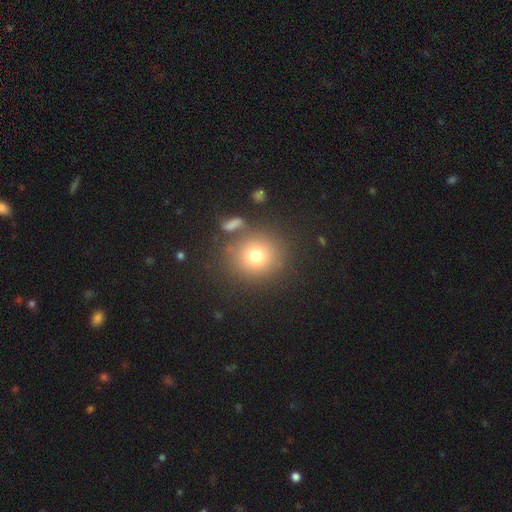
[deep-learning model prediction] This is likely a smooth galaxy (73%). How rounded: clearly round (87%). Merging: likely none (78%).